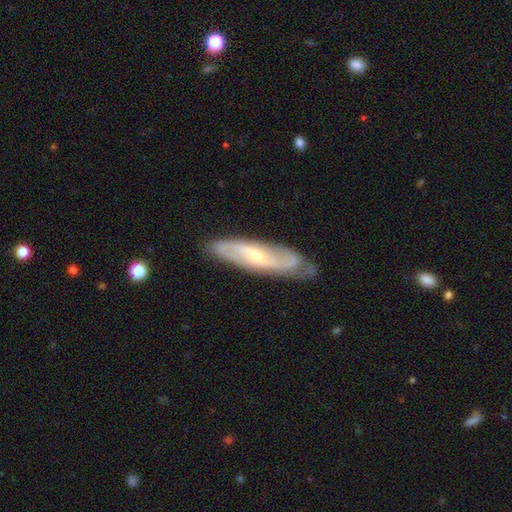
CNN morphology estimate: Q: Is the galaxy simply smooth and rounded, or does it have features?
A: featured or disk — 78%.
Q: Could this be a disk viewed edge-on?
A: no — 75%.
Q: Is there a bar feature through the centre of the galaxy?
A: weak — 44%.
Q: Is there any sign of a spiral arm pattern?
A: yes — 93%.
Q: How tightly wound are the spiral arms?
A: medium — 44%.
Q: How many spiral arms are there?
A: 2 — 69%.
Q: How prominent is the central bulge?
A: small — 59%.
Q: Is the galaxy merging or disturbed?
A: none — 77%.